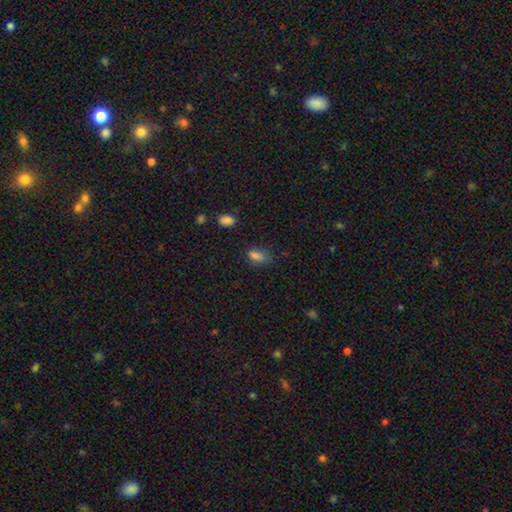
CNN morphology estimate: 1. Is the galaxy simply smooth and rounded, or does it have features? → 80% smooth, 14% star or artifact, 6% featured or disk.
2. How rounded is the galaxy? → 84% in between, 8% round, 8% cigar-shaped.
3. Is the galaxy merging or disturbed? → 60% none, 27% minor disturbance, 9% major disturbance, 4% merger.